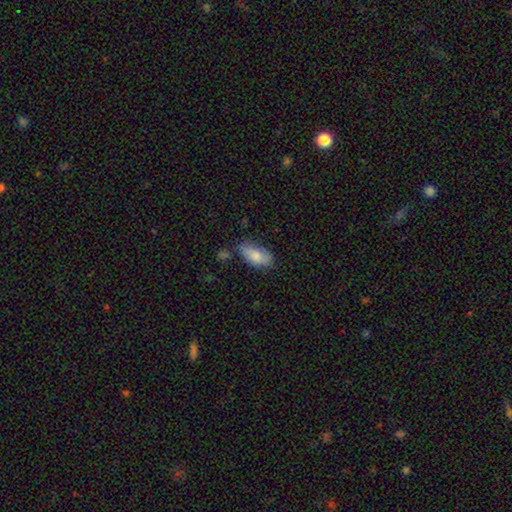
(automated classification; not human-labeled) Morphology: type=smooth (78%); roundness=in between (91%); merging=none (60%).